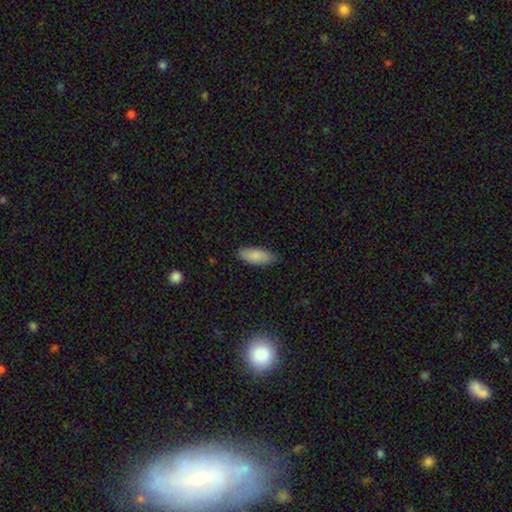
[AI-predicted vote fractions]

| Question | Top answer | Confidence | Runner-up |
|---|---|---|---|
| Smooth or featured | smooth | 86% | featured or disk (8%) |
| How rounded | in between | 78% | cigar-shaped (21%) |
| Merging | none | 84% | minor disturbance (12%) |